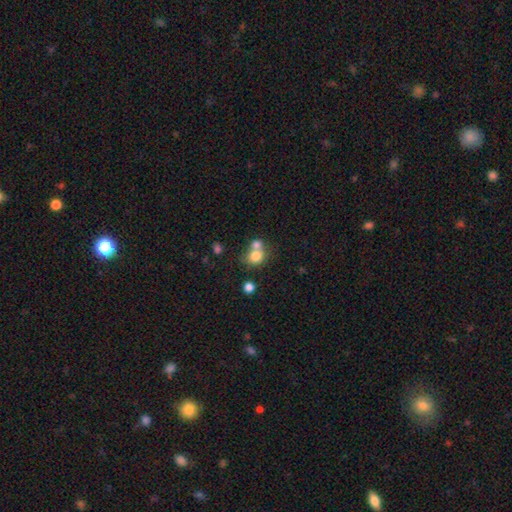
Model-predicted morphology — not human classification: This is likely a smooth galaxy (77%). How rounded: likely round (77%). Merging: possibly merger (50%).